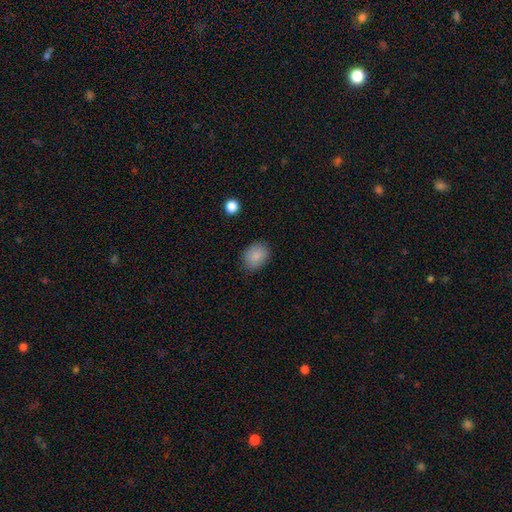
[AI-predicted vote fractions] This is clearly a smooth galaxy (86%). How rounded: possibly in between (57%). Merging: clearly none (83%).